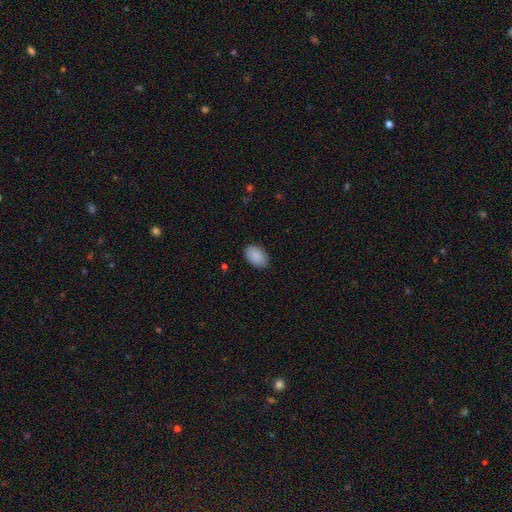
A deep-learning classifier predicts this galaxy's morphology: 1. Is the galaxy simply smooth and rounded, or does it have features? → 90% smooth, 6% star or artifact, 4% featured or disk.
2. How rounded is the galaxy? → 90% in between, 9% round, 1% cigar-shaped.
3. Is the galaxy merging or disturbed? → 88% none, 9% minor disturbance, 2% major disturbance, 1% merger.